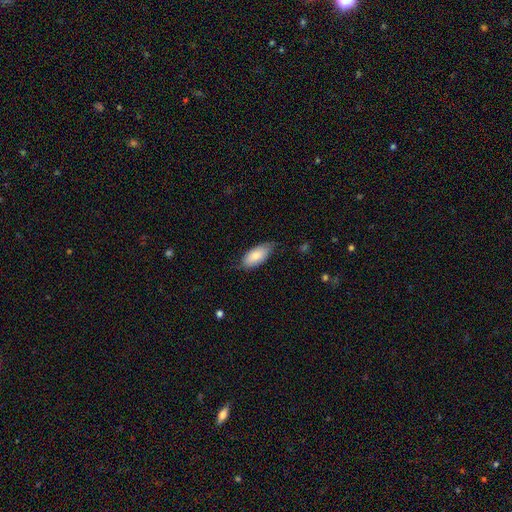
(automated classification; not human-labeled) The model was most divided on "merging": none: 66%, minor disturbance: 28%, major disturbance: 5%, merger: 1%. More confident: how rounded — in between (91%); smooth or featured — smooth (80%).